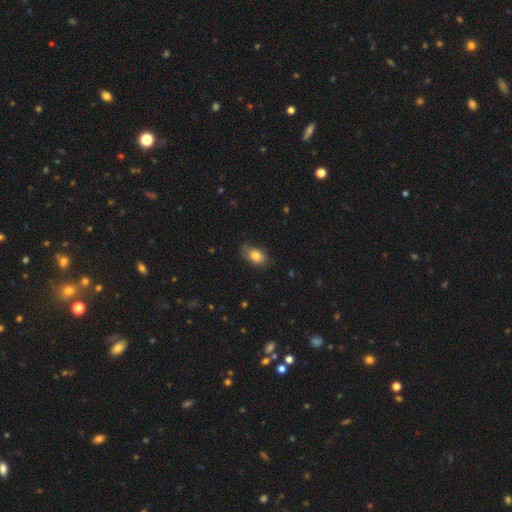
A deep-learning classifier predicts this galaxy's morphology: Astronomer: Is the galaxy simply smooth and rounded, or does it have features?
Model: smooth — 79%.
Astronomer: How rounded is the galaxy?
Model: in between — 88%.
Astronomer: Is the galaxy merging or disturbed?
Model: none — 64%.